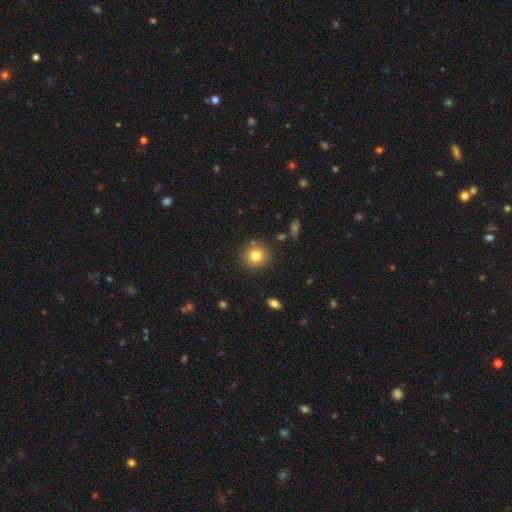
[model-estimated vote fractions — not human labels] The model was most divided on "smooth or featured": smooth: 80%, star or artifact: 11%, featured or disk: 8%. More confident: how rounded — round (88%); merging — none (86%).